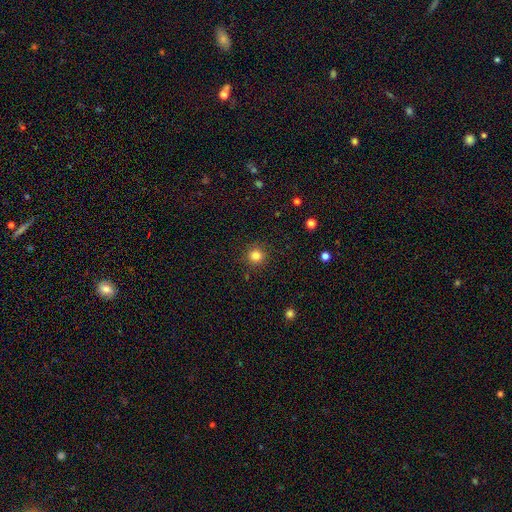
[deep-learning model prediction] Smooth or featured?
  - smooth: 84% *
  - star or artifact: 12%
  - featured or disk: 4%
How rounded?
  - round: 94% *
  - in between: 5%
  - cigar-shaped: 1%
Merging?
  - none: 91% *
  - minor disturbance: 6%
  - major disturbance: 2%
  - merger: 1%